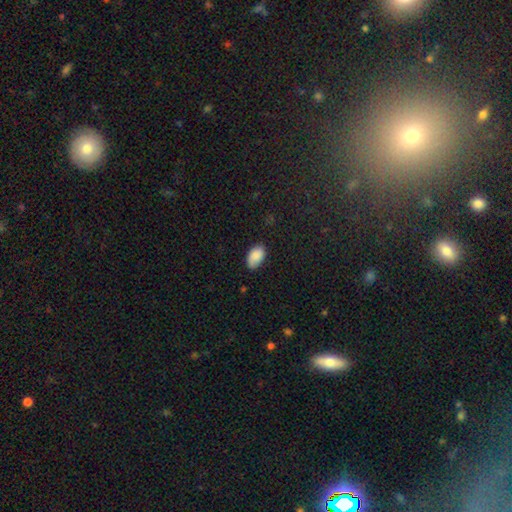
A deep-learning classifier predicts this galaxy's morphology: The model was most divided on "merging": none: 71%, minor disturbance: 23%, major disturbance: 4%, merger: 1%. More confident: how rounded — in between (94%); smooth or featured — smooth (86%).